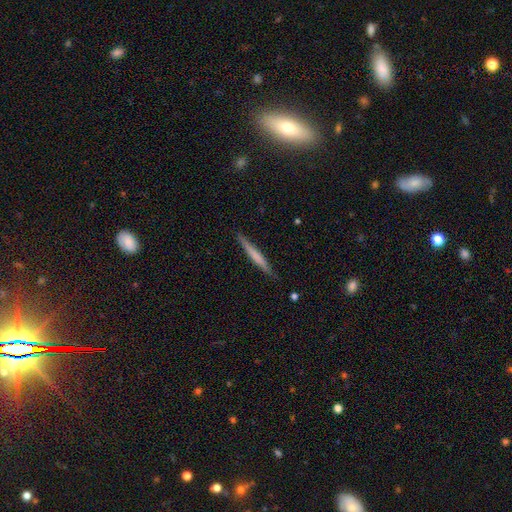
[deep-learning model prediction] The model was most divided on "smooth or featured": smooth: 56%, featured or disk: 39%, star or artifact: 5%. More confident: how rounded — cigar-shaped (96%); merging — none (89%).